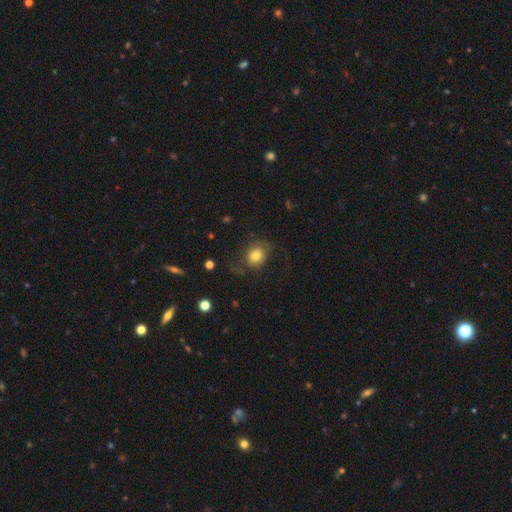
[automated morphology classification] This is likely a smooth galaxy (60%). How rounded: likely round (70%). Merging: possibly none (57%).